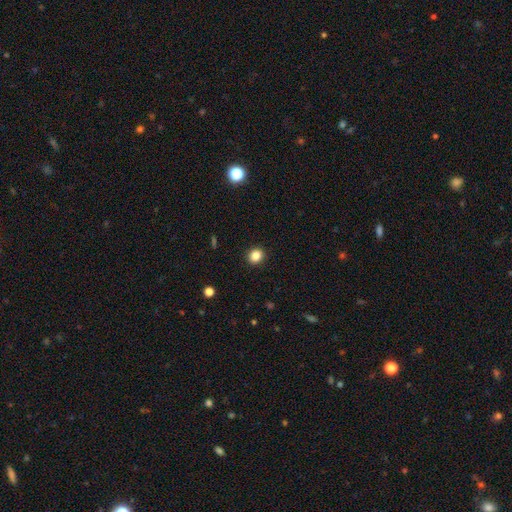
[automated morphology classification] A smooth galaxy with no disk features (85%) that is round (82%). Merging: none (92%).